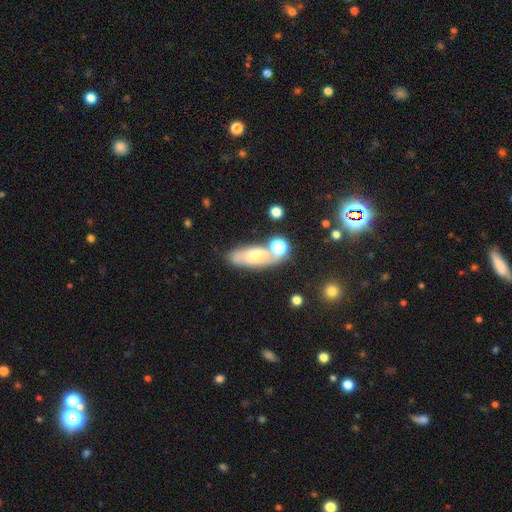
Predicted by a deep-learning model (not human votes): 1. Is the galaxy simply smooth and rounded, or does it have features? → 48% smooth, 41% featured or disk, 11% star or artifact.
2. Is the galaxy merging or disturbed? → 54% none, 20% merger, 18% minor disturbance, 8% major disturbance.